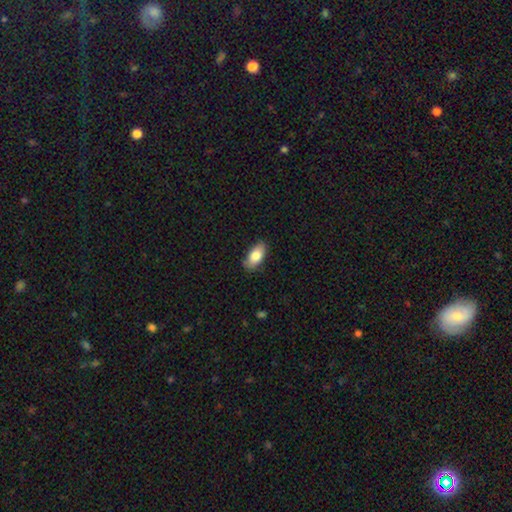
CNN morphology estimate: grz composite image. It shows a smooth galaxy with no disk features (81%) that is in between round and cigar-shaped (91%). Merging: none (83%).